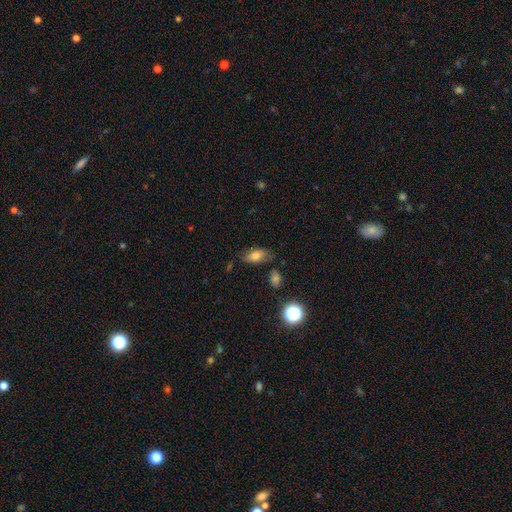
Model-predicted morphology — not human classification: This appears to be a smooth galaxy with no disk features (73%) that is in between round and cigar-shaped (87%). Merging: none (69%).